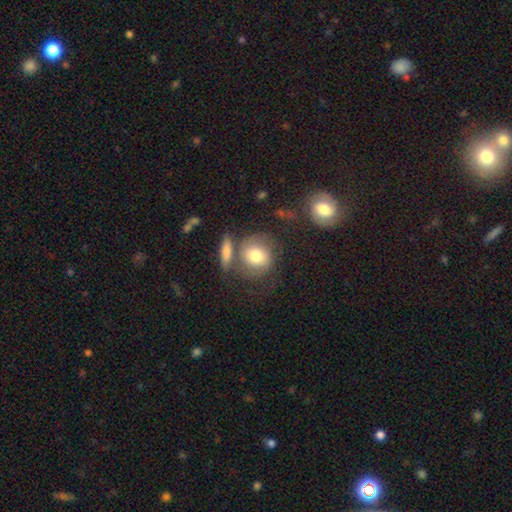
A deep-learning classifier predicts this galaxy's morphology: Smooth or featured? smooth (61%)
How rounded? round (77%)
Merging? none (50%)